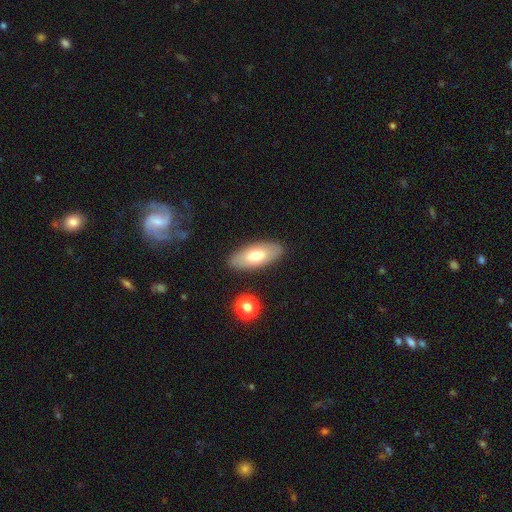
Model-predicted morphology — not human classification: type=smooth (67%); roundness=in between (85%); merging=none (87%).